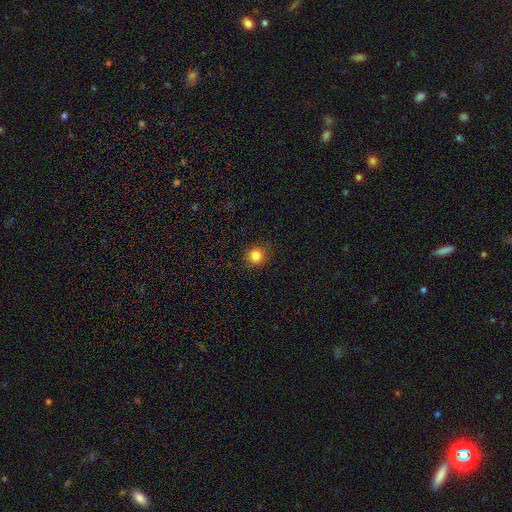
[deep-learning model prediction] A smooth galaxy with no disk features (85%) that is round (89%).

Vote fractions:
- Smooth or featured? smooth: 85% / star or artifact: 11% / featured or disk: 4%
- How rounded? round: 89% / in between: 10% / cigar-shaped: 1%
- Merging? none: 87% / minor disturbance: 9% / major disturbance: 3% / merger: 1%